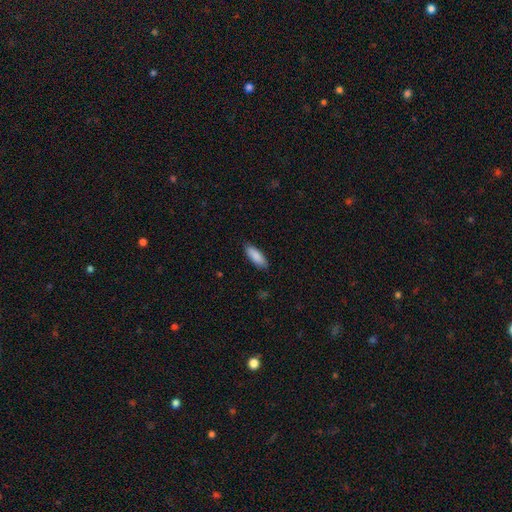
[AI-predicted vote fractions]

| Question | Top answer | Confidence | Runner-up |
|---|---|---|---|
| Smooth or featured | smooth | 89% | featured or disk (6%) |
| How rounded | in between | 62% | cigar-shaped (36%) |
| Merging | none | 87% | minor disturbance (10%) |